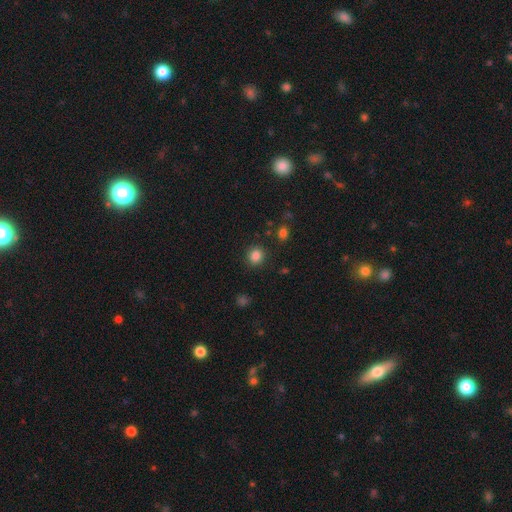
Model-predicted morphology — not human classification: Smooth or featured: smooth — 85% (star or artifact — 11%)
How rounded: round — 83% (in between — 16%)
Merging: none — 88% (minor disturbance — 7%)